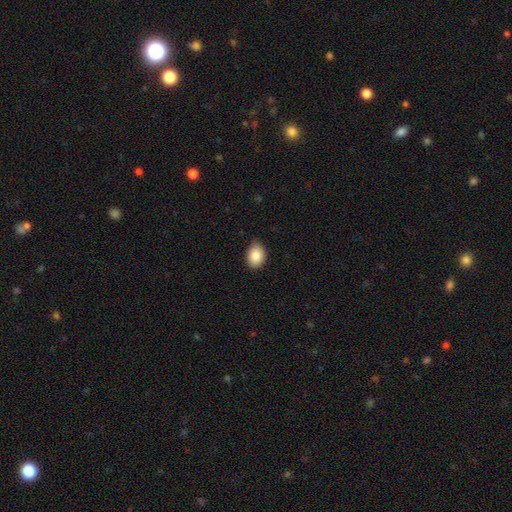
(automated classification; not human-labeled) This appears to be a smooth galaxy with no disk features (87%) that is in between round and cigar-shaped (71%). Merging: none (76%).